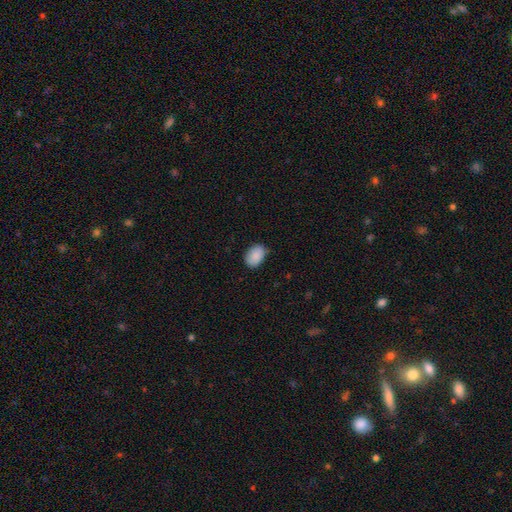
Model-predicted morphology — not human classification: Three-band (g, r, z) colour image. It shows a smooth galaxy with no disk features (89%) that is in between round and cigar-shaped (83%). Merging: none (77%).